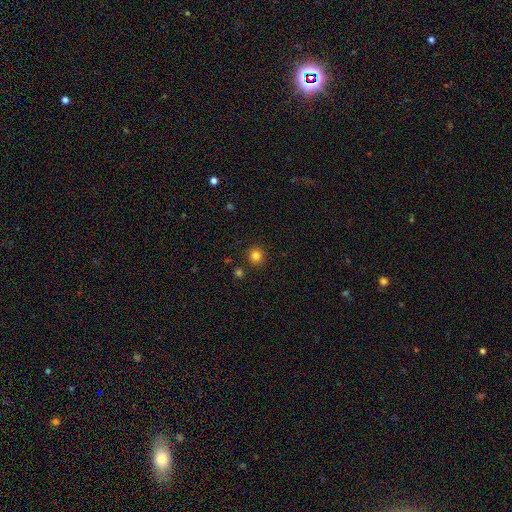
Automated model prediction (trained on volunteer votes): Q: Smooth or featured?
A: smooth (83%); runner-up: star or artifact (13%)
Q: How rounded?
A: round (93%); runner-up: in between (6%)
Q: Merging?
A: none (89%); runner-up: minor disturbance (6%)